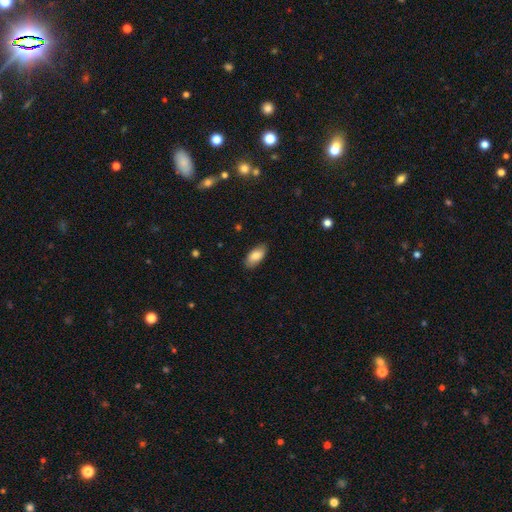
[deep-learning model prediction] smooth_or_featured: smooth (p=0.83) [alt: featured or disk p=0.10]
how_rounded: in between (p=0.92) [alt: cigar-shaped p=0.05]
merging: none (p=0.85) [alt: minor disturbance p=0.12]